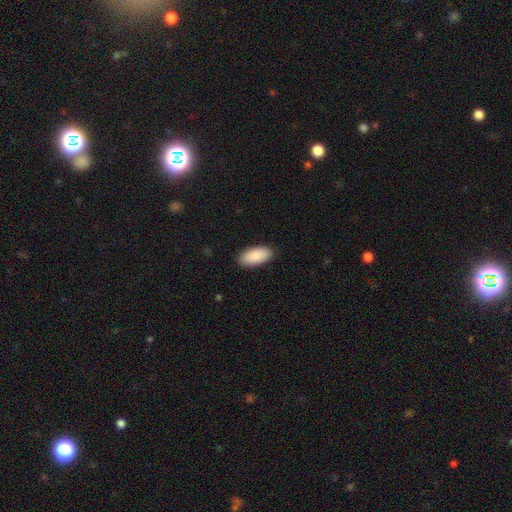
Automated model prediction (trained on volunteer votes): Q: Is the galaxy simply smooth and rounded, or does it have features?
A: smooth — 89%.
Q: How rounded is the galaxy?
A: in between — 93%.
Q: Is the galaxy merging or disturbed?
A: none — 89%.